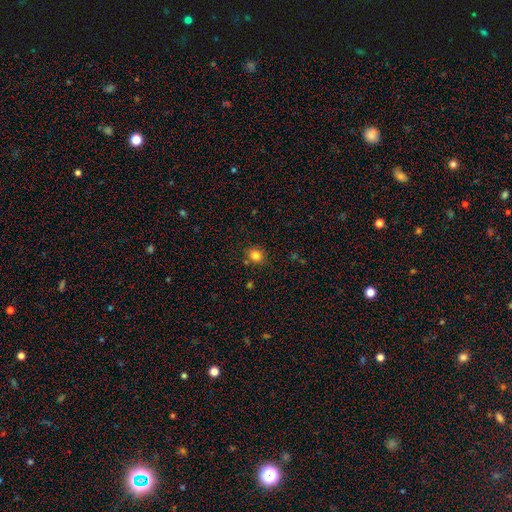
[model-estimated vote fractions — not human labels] Morphology: type=smooth (82%); roundness=round (74%); merging=none (84%).